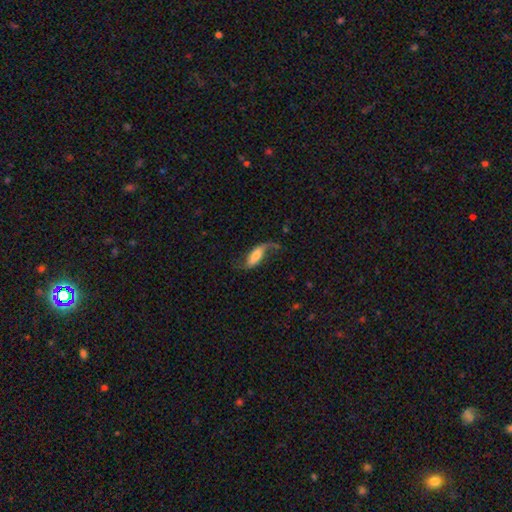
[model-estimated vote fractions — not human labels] Smooth or featured? featured or disk (53%)
Edge-on disk? no (85%)
Merging? none (48%)